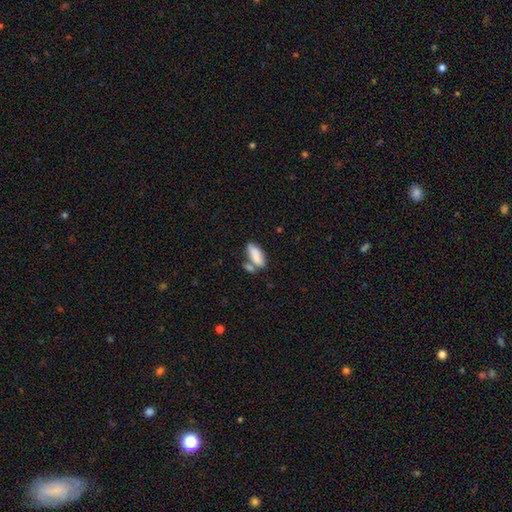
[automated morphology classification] Smooth or featured?
  - smooth: 83% *
  - featured or disk: 10%
  - star or artifact: 7%
How rounded?
  - in between: 76% *
  - cigar-shaped: 22%
  - round: 2%
Merging?
  - none: 43% *
  - merger: 37%
  - minor disturbance: 14%
  - major disturbance: 5%